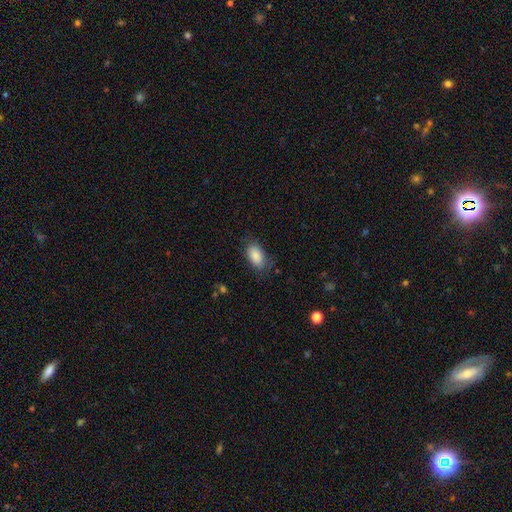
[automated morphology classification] This is clearly a smooth galaxy (87%). How rounded: clearly in between (93%). Merging: likely none (74%).